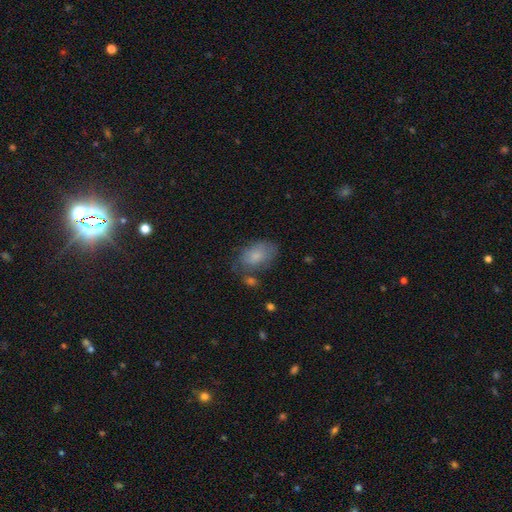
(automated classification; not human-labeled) smooth_or_featured: smooth (p=0.77) [alt: featured or disk p=0.15]
how_rounded: in between (p=0.89) [alt: round p=0.10]
merging: none (p=0.56) [alt: minor disturbance p=0.26]